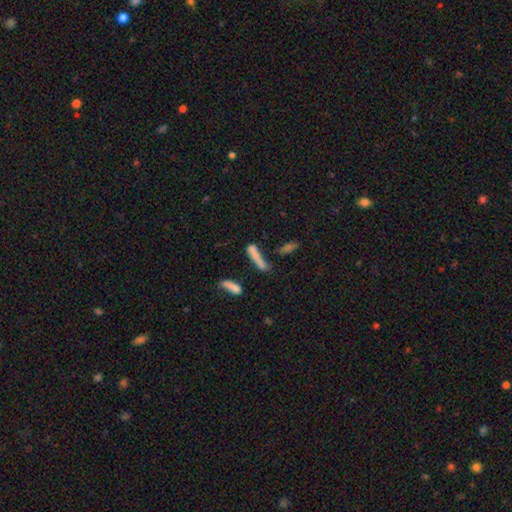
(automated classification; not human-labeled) Smooth or featured? smooth (64%)
How rounded? cigar-shaped (79%)
Merging? none (40%)